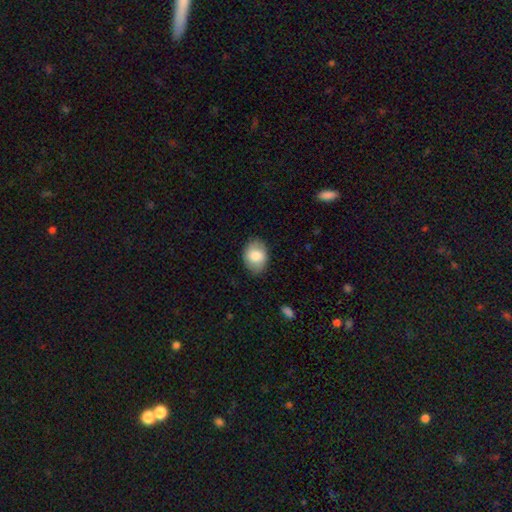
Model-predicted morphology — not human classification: smooth_or_featured: smooth (p=0.80) [alt: featured or disk p=0.13]
how_rounded: in between (p=0.73) [alt: round p=0.26]
merging: none (p=0.82) [alt: minor disturbance p=0.14]